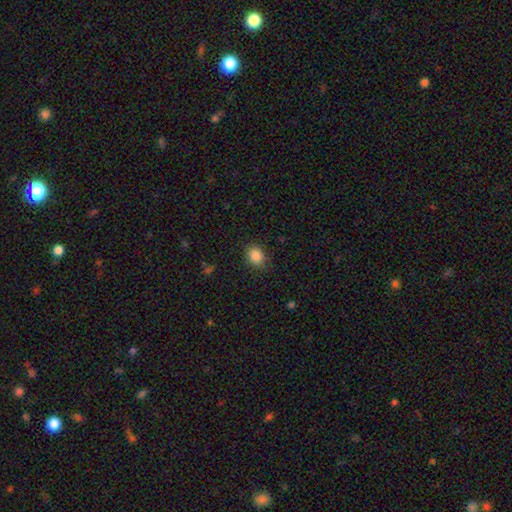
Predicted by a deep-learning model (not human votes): Overall: smooth (86%). How rounded: in between (50%; round 49%). Merging: none (84%).